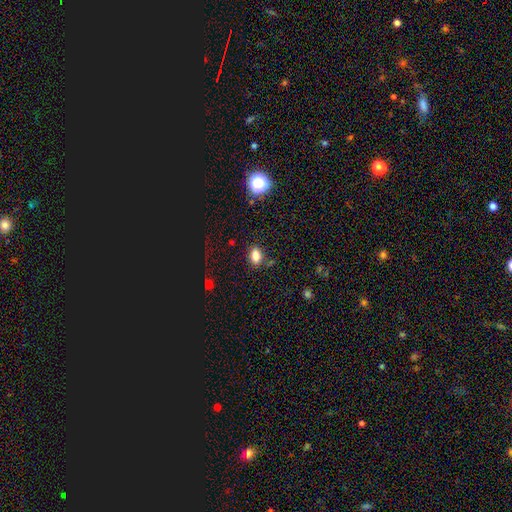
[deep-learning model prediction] smooth-or-featured: smooth: 80% | star or artifact: 13% | featured or disk: 7%
  how-rounded: in between: 79% | round: 19% | cigar-shaped: 2%
  merging: none: 80% | minor disturbance: 12% | merger: 4% | major disturbance: 4%